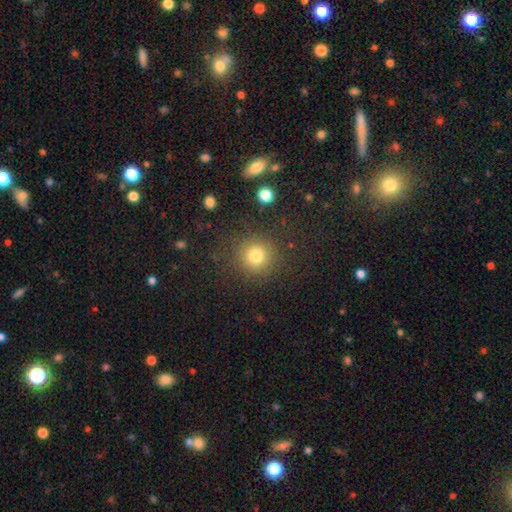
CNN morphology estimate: A smooth galaxy with no disk features (78%) that is round (92%). Merging: none (85%).